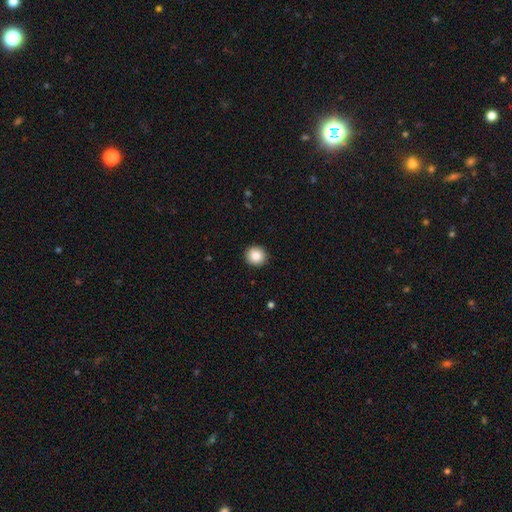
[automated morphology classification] smooth-or-featured: smooth: 86% | star or artifact: 8% | featured or disk: 6%
  how-rounded: round: 91% | in between: 8% | cigar-shaped: 1%
  merging: none: 92% | minor disturbance: 5% | major disturbance: 2% | merger: 1%